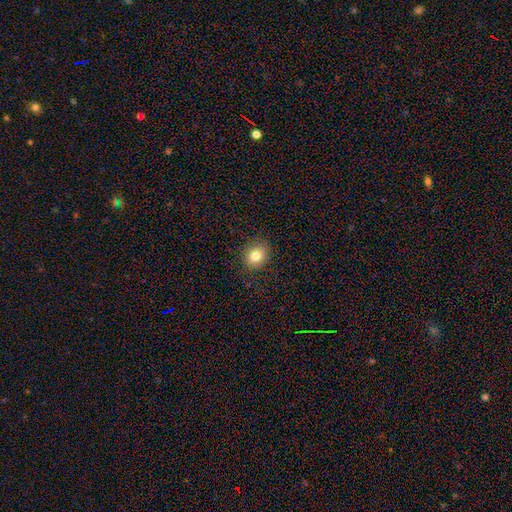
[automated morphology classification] smooth-or-featured: smooth: 82% | star or artifact: 10% | featured or disk: 8%
  how-rounded: round: 57% | in between: 42% | cigar-shaped: 1%
  merging: none: 89% | minor disturbance: 8% | major disturbance: 2% | merger: 1%